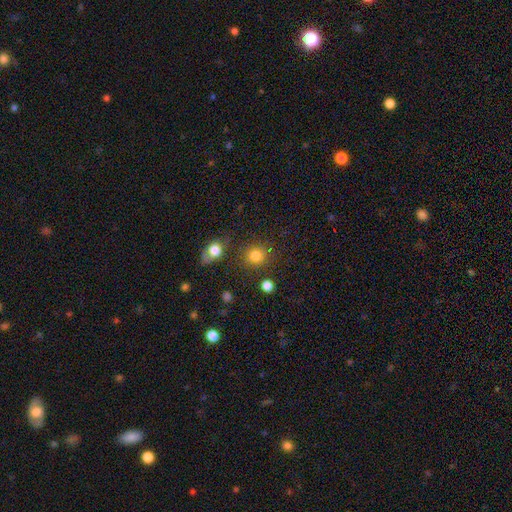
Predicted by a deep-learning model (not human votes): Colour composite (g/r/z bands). It shows a smooth galaxy with no disk features (82%) that is round (88%). Merging: none (82%).